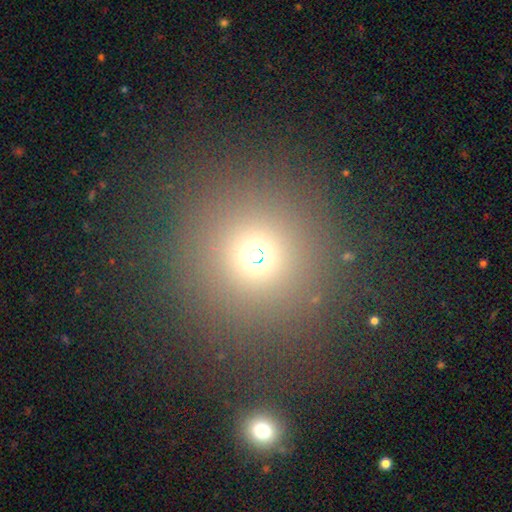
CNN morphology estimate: Smooth or featured? Predicted: smooth (p=0.68). How rounded? Predicted: round (p=0.95). Merging? Predicted: none (p=0.83).